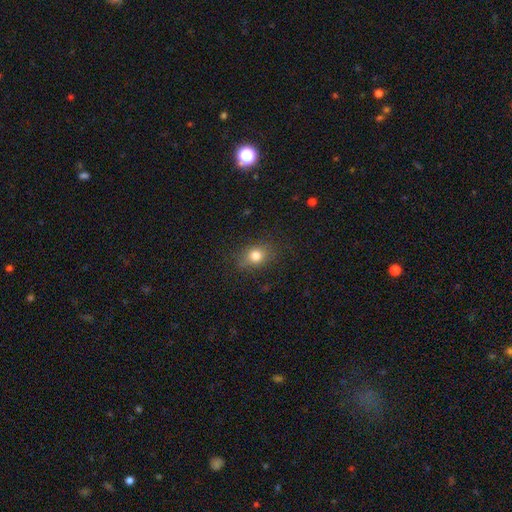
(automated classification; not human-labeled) Smooth or featured?
  - smooth: 80% *
  - star or artifact: 13%
  - featured or disk: 8%
How rounded?
  - round: 55% *
  - in between: 44%
  - cigar-shaped: 1%
Merging?
  - none: 81% *
  - minor disturbance: 14%
  - major disturbance: 4%
  - merger: 1%